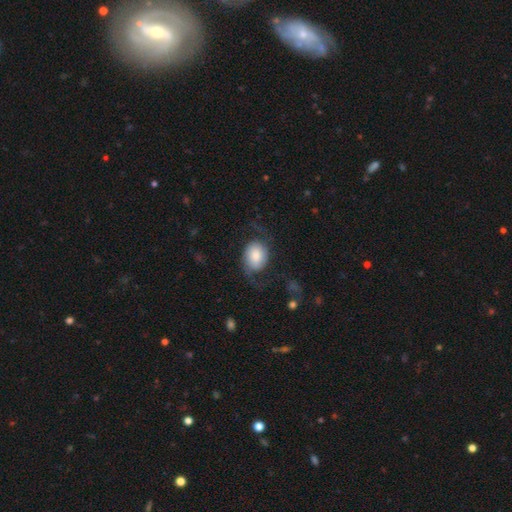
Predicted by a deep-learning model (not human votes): Smooth or featured? Predicted: smooth (p=0.50). How rounded? Predicted: in between (p=0.61). Merging? Predicted: none (p=0.53).